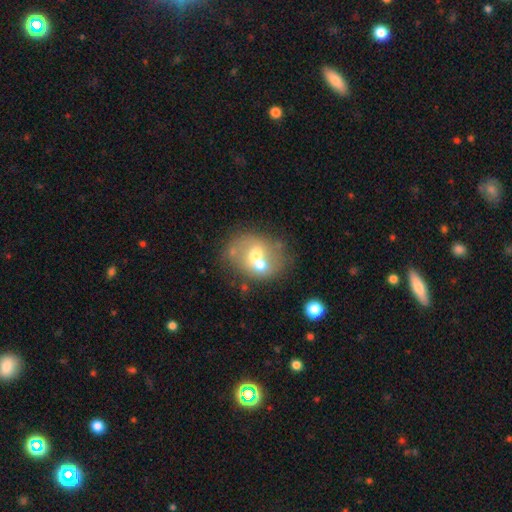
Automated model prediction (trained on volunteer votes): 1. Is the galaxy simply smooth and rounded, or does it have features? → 51% smooth, 39% featured or disk, 11% star or artifact.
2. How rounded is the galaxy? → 55% round, 44% in between, 1% cigar-shaped.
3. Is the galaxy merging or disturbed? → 54% merger, 30% none, 10% minor disturbance, 6% major disturbance.